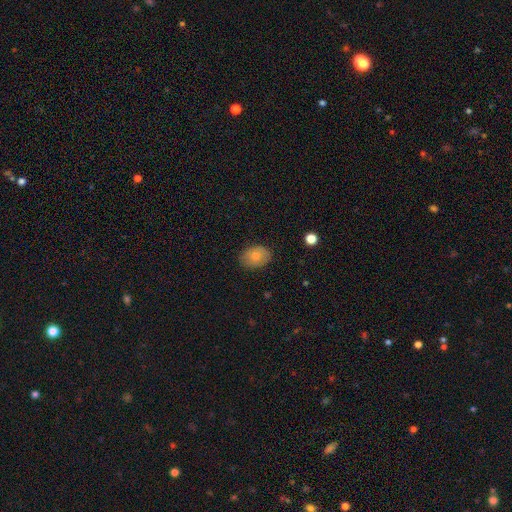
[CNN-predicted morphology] smooth_or_featured: smooth (p=0.69) [alt: featured or disk p=0.20]
how_rounded: in between (p=0.70) [alt: round p=0.29]
merging: none (p=0.86) [alt: minor disturbance p=0.11]